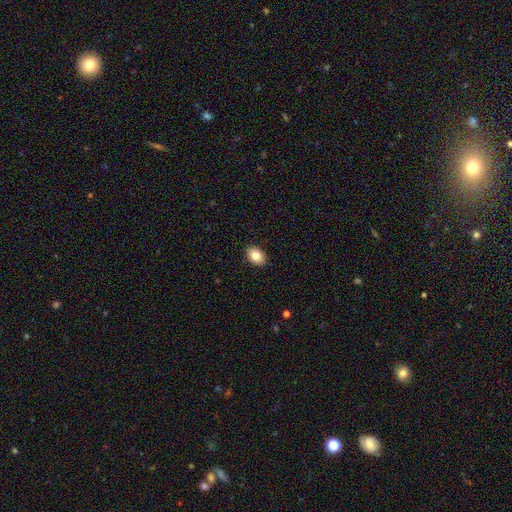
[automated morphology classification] Smooth or featured? smooth (84%)
How rounded? in between (83%)
Merging? none (90%)